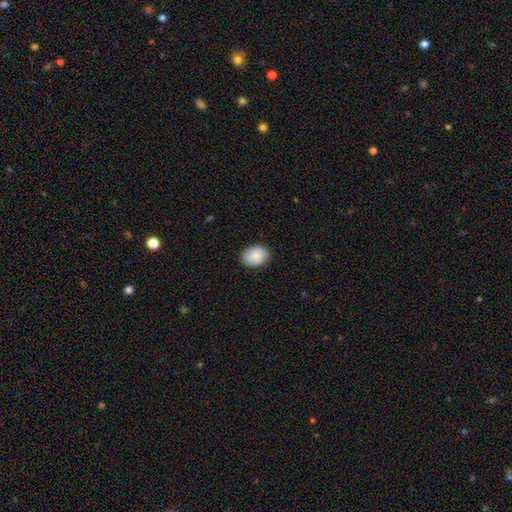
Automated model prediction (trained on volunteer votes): This appears to be a smooth galaxy with no disk features (87%) that is in between round and cigar-shaped (66%). Merging: none (86%).